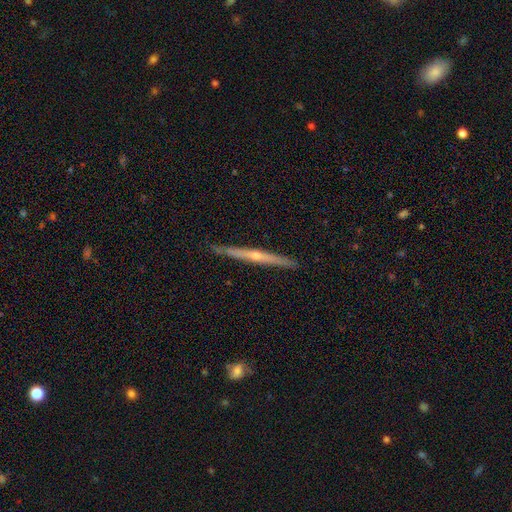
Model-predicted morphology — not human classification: The model was most divided on "edge-on bulge": rounded: 74%, none: 23%, boxy: 3%. More confident: edge-on disk — yes (98%); merging — none (89%); smooth or featured — featured or disk (77%).